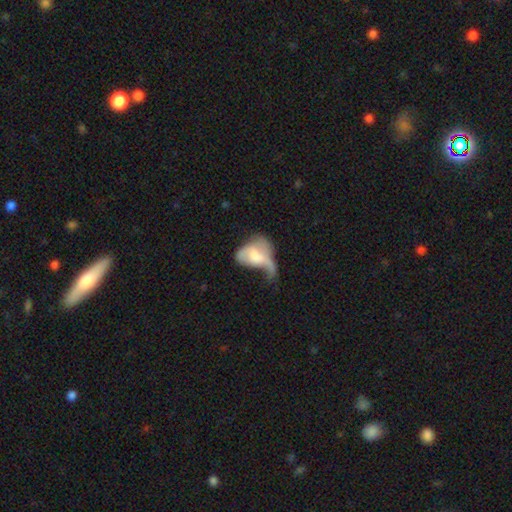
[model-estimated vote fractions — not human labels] smooth-or-featured: featured or disk: 47% | smooth: 45% | star or artifact: 8%
  merging: major disturbance: 49% | merger: 21% | minor disturbance: 17% | none: 13%